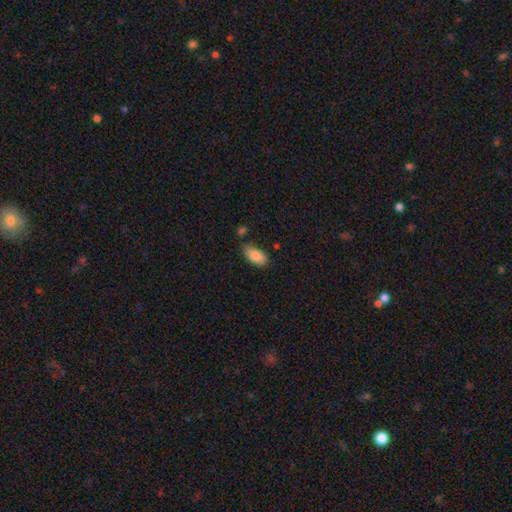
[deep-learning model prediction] A smooth galaxy with no disk features (85%) that is in between round and cigar-shaped (91%). Merging: none (72%).